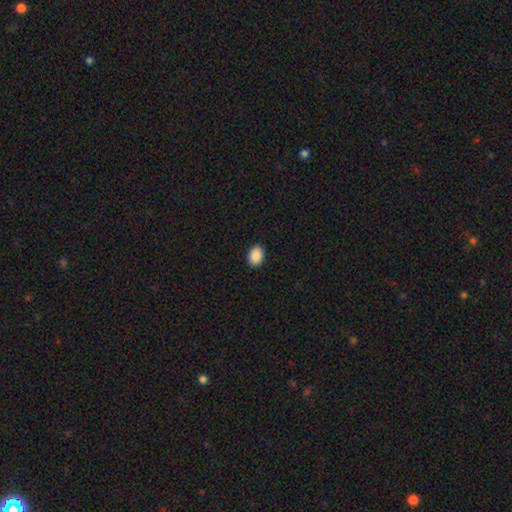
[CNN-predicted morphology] This appears to be a smooth galaxy with no disk features (90%) that is in between round and cigar-shaped (73%). Merging: none (91%).